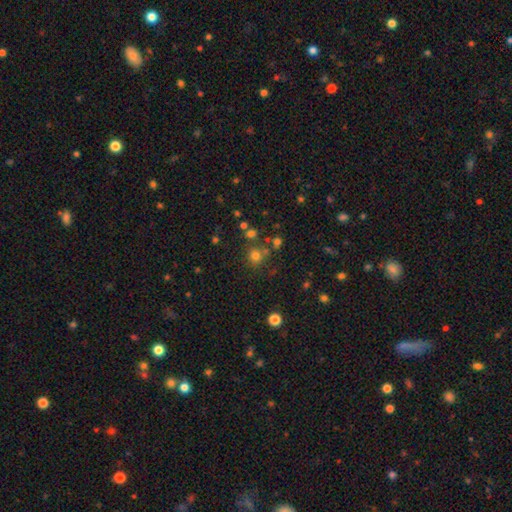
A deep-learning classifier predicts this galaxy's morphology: type=smooth (70%); roundness=round (89%); merging=none (71%).